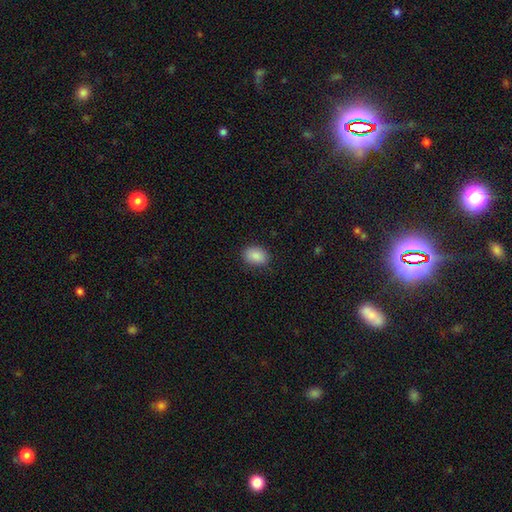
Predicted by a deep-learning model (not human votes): smooth_or_featured: smooth (p=0.88) [alt: star or artifact p=0.08]
how_rounded: in between (p=0.78) [alt: round p=0.21]
merging: none (p=0.84) [alt: minor disturbance p=0.12]